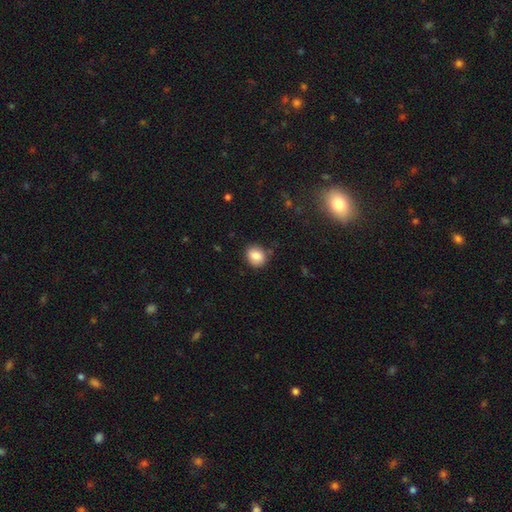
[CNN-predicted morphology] smooth-or-featured: smooth: 84% | star or artifact: 9% | featured or disk: 7%
  how-rounded: round: 60% | in between: 39% | cigar-shaped: 1%
  merging: none: 77% | minor disturbance: 16% | major disturbance: 4% | merger: 3%